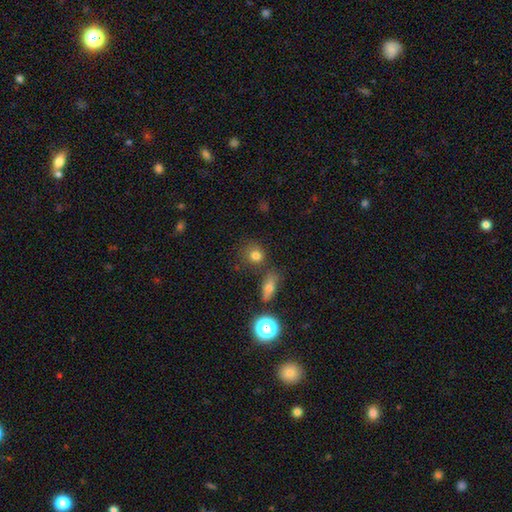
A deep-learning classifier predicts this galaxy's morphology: Overall: smooth (78%). How rounded: round (76%). Merging: none (70%).